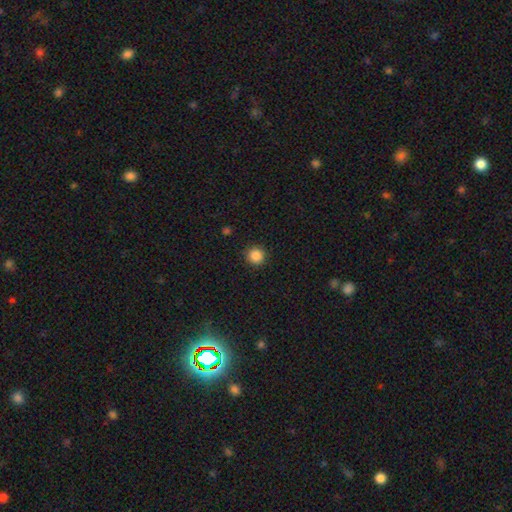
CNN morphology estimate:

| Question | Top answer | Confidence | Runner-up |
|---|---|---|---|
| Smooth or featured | smooth | 86% | star or artifact (11%) |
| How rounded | round | 95% | in between (4%) |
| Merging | none | 91% | minor disturbance (6%) |